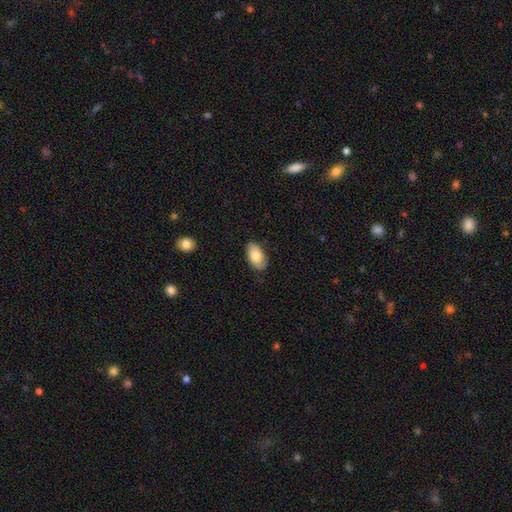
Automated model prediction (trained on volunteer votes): This is likely a smooth galaxy (77%). How rounded: clearly in between (94%). Merging: clearly none (81%).